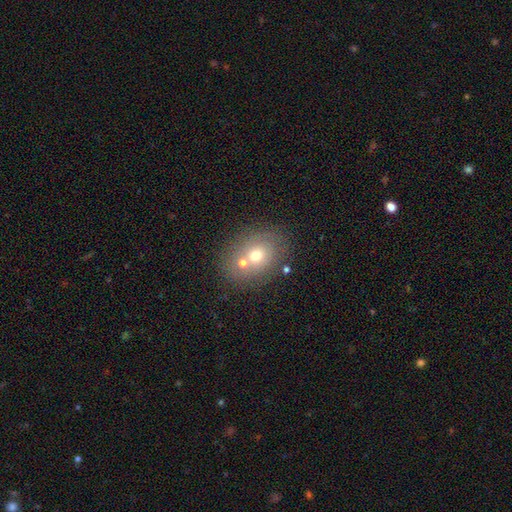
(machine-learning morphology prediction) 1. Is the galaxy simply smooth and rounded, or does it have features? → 62% smooth, 25% featured or disk, 13% star or artifact.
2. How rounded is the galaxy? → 55% in between, 44% round, 1% cigar-shaped.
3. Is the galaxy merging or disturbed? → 56% none, 29% merger, 11% minor disturbance, 5% major disturbance.